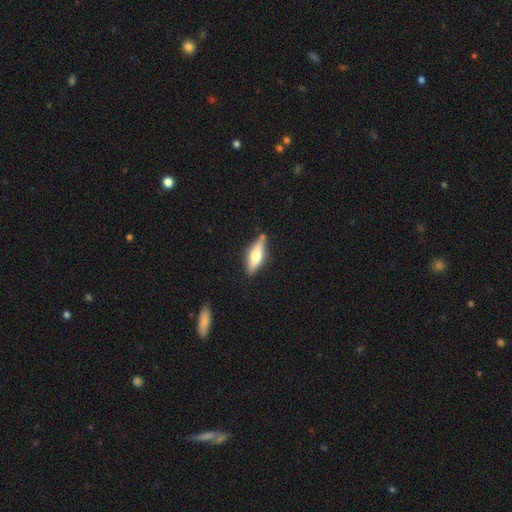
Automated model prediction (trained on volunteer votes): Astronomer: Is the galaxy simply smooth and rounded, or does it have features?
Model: smooth — 54% (runner-up: featured or disk, 40%).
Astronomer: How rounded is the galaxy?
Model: cigar-shaped — 50% (runner-up: in between, 48%).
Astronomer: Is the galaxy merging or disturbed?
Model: none — 75%.